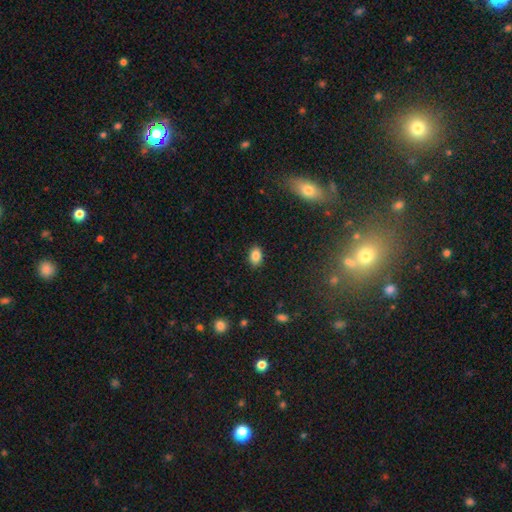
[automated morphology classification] The model was most divided on "how rounded": in between: 83%, round: 16%, cigar-shaped: 1%. More confident: merging — none (88%); smooth or featured — smooth (85%).